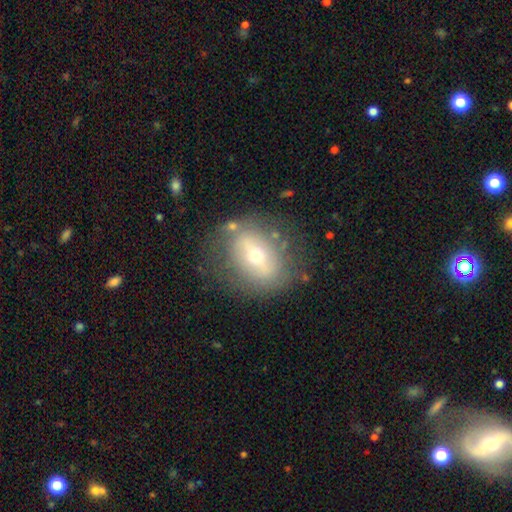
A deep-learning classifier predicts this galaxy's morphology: Smooth or featured? Predicted: featured or disk (p=0.48). Merging? Predicted: none (p=0.72).